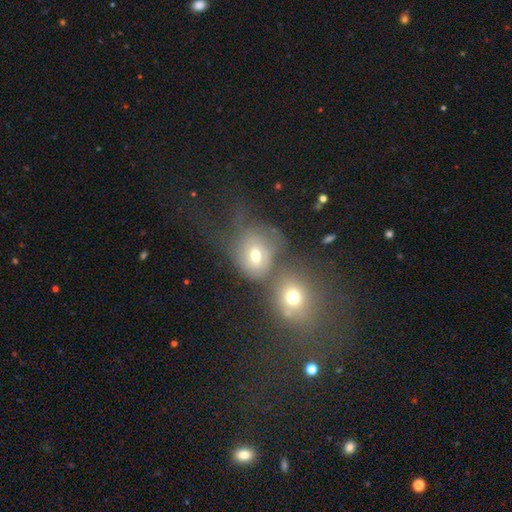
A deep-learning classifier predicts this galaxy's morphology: type=smooth (56%); roundness=round (66%); merging=merger (49%).